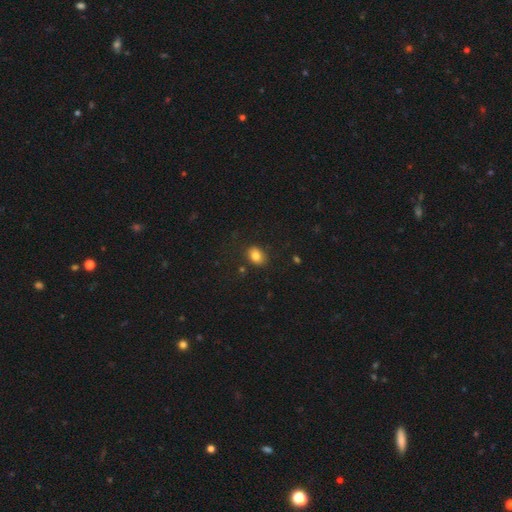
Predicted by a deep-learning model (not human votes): A smooth galaxy with no disk features (83%) that is in between round and cigar-shaped (66%).

Vote fractions:
- Smooth or featured? smooth: 83% / star or artifact: 10% / featured or disk: 7%
- How rounded? in between: 66% / round: 33% / cigar-shaped: 1%
- Merging? none: 83% / minor disturbance: 12% / major disturbance: 3% / merger: 2%